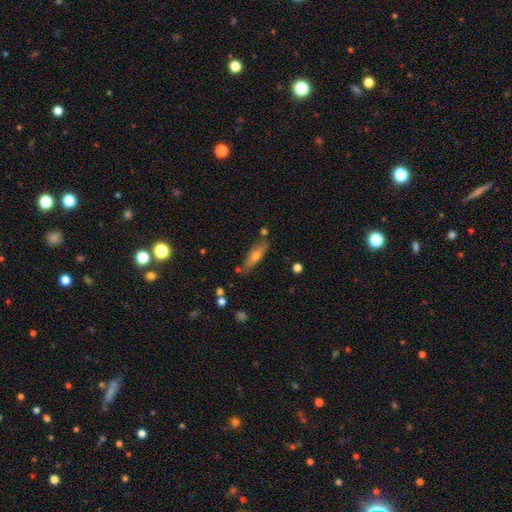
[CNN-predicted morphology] Overall: smooth (58%; featured or disk 35%). How rounded: cigar-shaped (52%; in between 46%). Merging: none (74%).